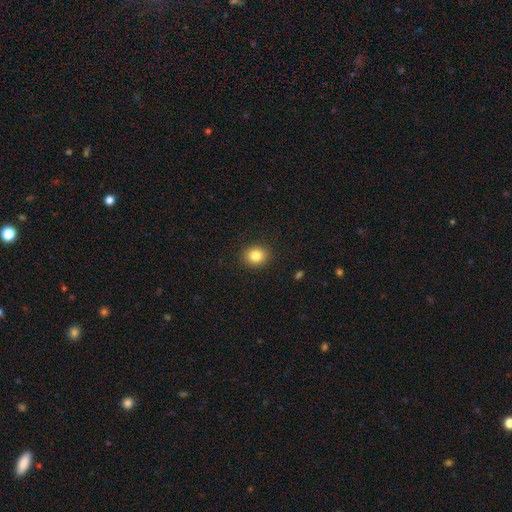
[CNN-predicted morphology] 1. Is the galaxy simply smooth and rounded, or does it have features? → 83% smooth, 10% star or artifact, 7% featured or disk.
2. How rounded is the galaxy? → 74% round, 25% in between, 1% cigar-shaped.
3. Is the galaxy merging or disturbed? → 90% none, 7% minor disturbance, 2% major disturbance, 1% merger.